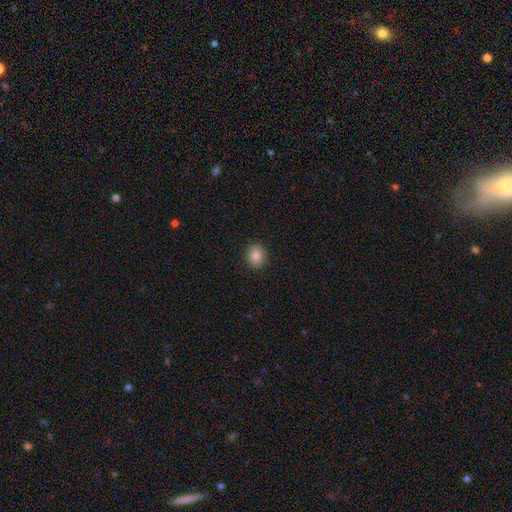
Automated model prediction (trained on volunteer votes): Morphology: type=smooth (83%); roundness=round (58%); merging=none (90%).